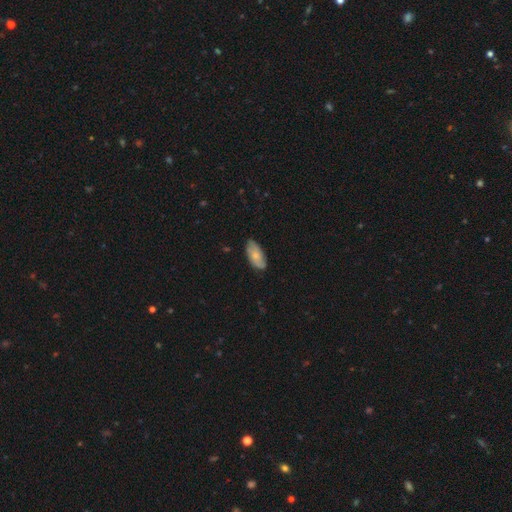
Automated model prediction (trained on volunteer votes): A smooth galaxy with no disk features (62%) that is in between round and cigar-shaped (91%).

Vote fractions:
- Smooth or featured? smooth: 62% / featured or disk: 32% / star or artifact: 6%
- How rounded? in between: 91% / cigar-shaped: 6% / round: 2%
- Merging? none: 76% / minor disturbance: 20% / major disturbance: 3% / merger: 1%